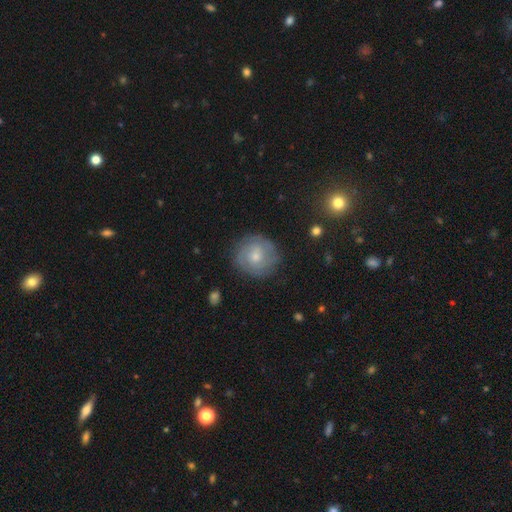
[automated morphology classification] The model was most divided on "bulge size": moderate: 48%, small: 46%, large: 3%, none: 3%, dominant: 1%. More confident: edge-on disk — no (97%); spiral arms — yes (81%); merging — none (79%); bar — no (62%); smooth or featured — featured or disk (54%).